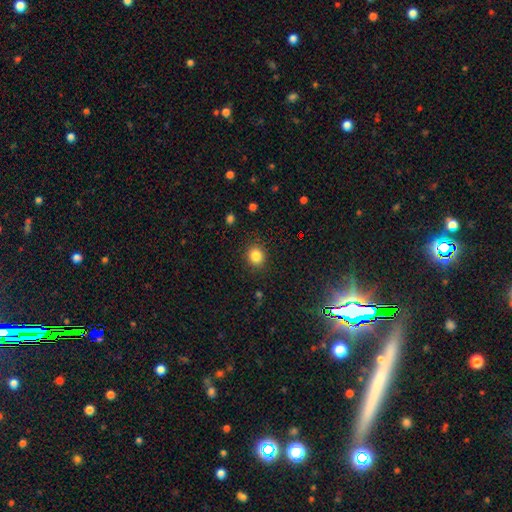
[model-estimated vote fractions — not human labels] A smooth galaxy with no disk features (84%) that is round (79%).

Vote fractions:
- Smooth or featured? smooth: 84% / star or artifact: 11% / featured or disk: 4%
- How rounded? round: 79% / in between: 20% / cigar-shaped: 1%
- Merging? none: 89% / minor disturbance: 7% / major disturbance: 3% / merger: 1%